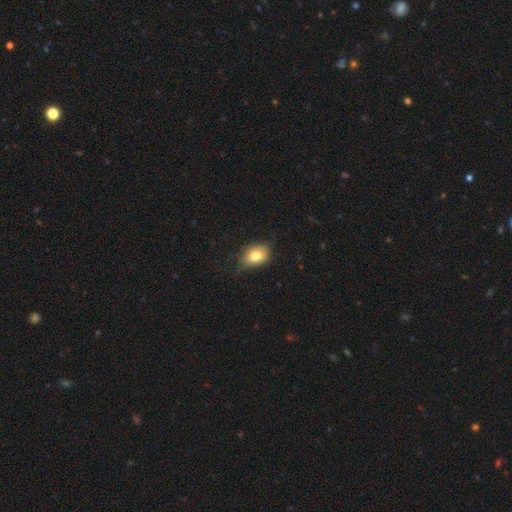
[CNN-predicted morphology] Smooth or featured?
  - smooth: 78% *
  - featured or disk: 13%
  - star or artifact: 9%
How rounded?
  - in between: 73% *
  - round: 26%
  - cigar-shaped: 1%
Merging?
  - none: 62% *
  - minor disturbance: 30%
  - major disturbance: 7%
  - merger: 1%